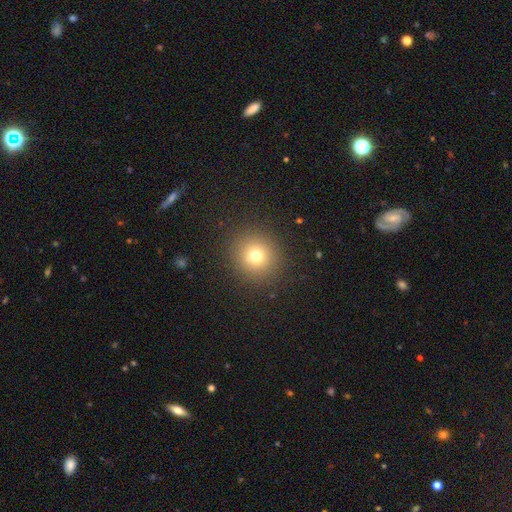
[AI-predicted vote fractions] Morphology: type=smooth (74%); roundness=round (93%); merging=none (90%).